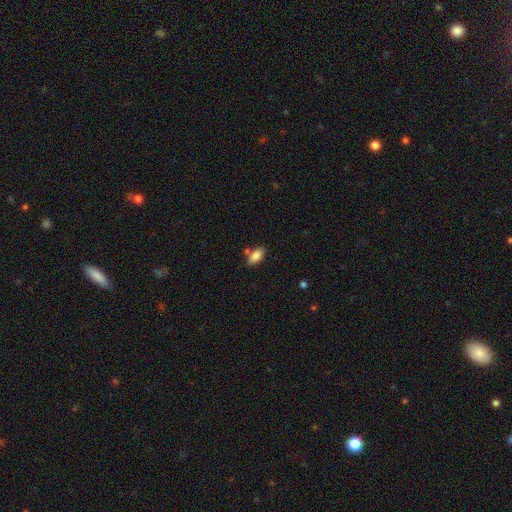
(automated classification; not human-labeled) Overall: smooth (85%). How rounded: in between (91%). Merging: none (75%).